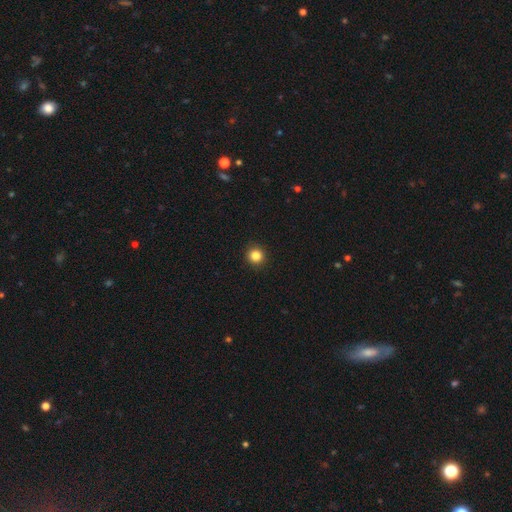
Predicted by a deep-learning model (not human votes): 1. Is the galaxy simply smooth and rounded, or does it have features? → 85% smooth, 11% star or artifact, 4% featured or disk.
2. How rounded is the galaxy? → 94% round, 5% in between, 1% cigar-shaped.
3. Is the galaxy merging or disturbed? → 93% none, 5% minor disturbance, 2% major disturbance, 1% merger.